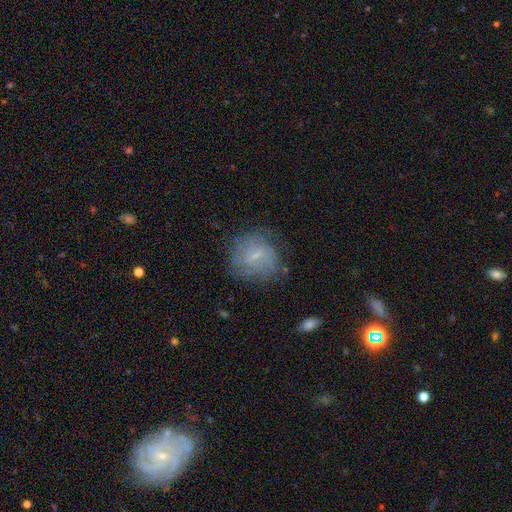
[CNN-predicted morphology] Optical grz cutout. It shows a featured or disk galaxy (54%) with a weak bar (54%), spiral arms (72%) and a small central bulge (66%). Merging: none (67%).